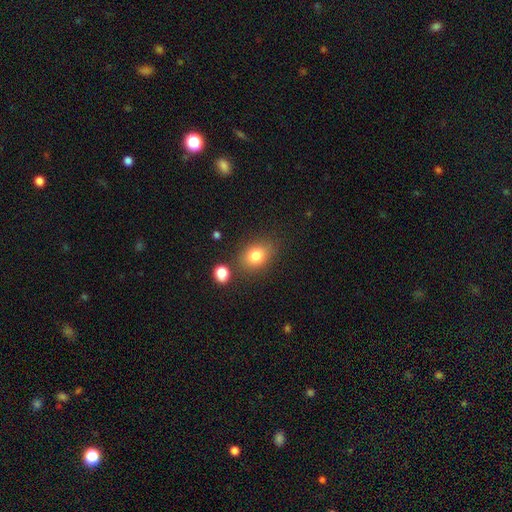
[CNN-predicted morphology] This is clearly a smooth galaxy (80%). How rounded: likely in between (61%). Merging: likely none (76%).